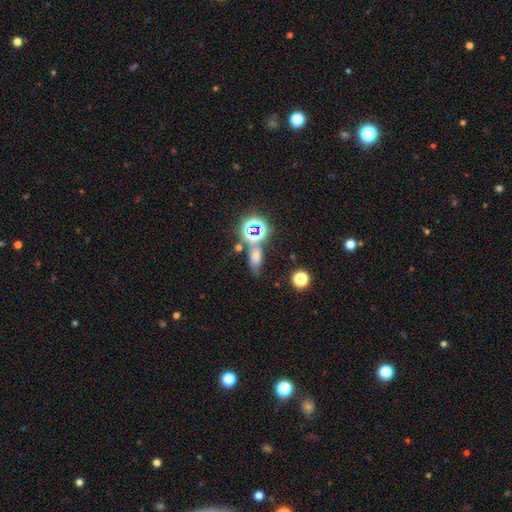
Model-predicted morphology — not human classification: type=smooth (55%); roundness=in between (68%); merging=none (57%).